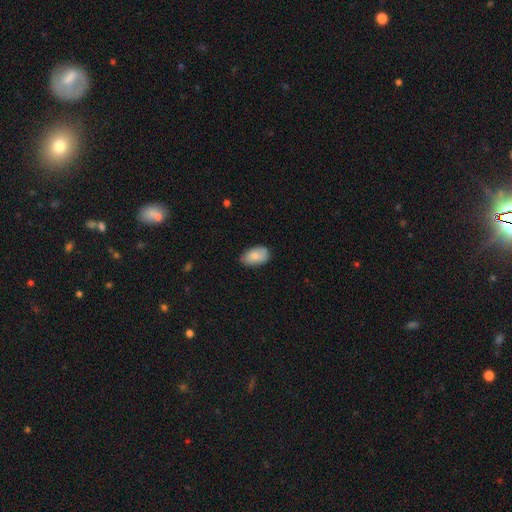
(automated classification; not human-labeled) A smooth galaxy with no disk features (86%) that is in between round and cigar-shaped (94%).

Vote fractions:
- Smooth or featured? smooth: 86% / featured or disk: 8% / star or artifact: 6%
- How rounded? in between: 94% / round: 5% / cigar-shaped: 2%
- Merging? none: 78% / minor disturbance: 18% / major disturbance: 3% / merger: 1%